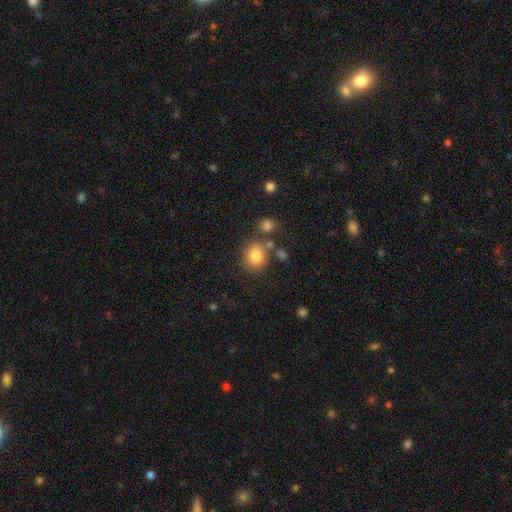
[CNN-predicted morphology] Overall: smooth (81%). How rounded: round (77%). Merging: none (71%).